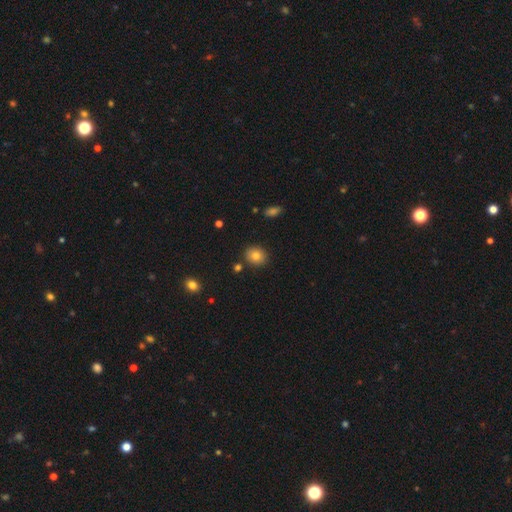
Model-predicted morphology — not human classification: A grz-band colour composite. It shows a smooth galaxy with no disk features (80%) that is round (65%). Merging: none (86%).